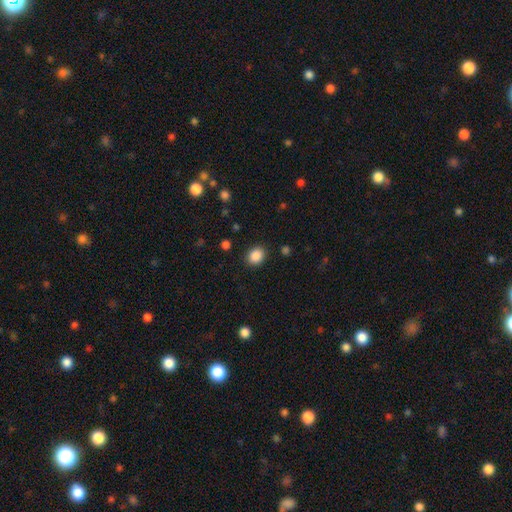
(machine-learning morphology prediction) Smooth or featured? smooth (88%)
How rounded? round (57%)
Merging? none (88%)